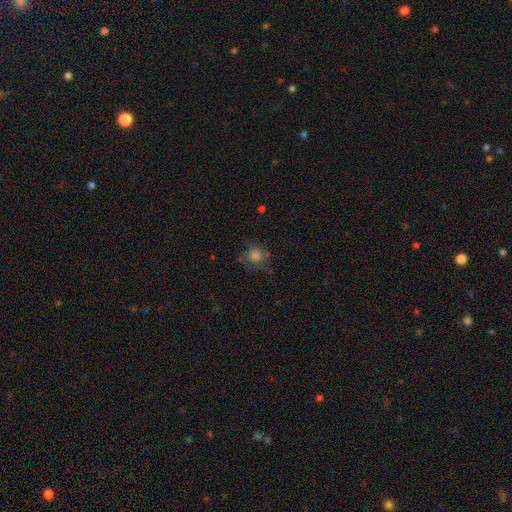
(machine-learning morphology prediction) Overall: smooth (72%). How rounded: round (86%). Merging: none (68%).